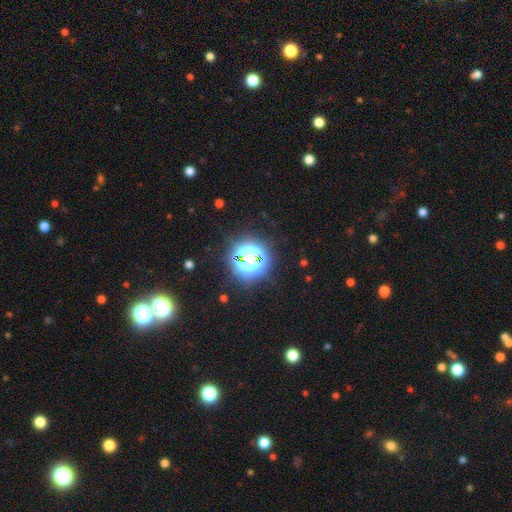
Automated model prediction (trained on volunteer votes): Overall: star or artifact (69%).